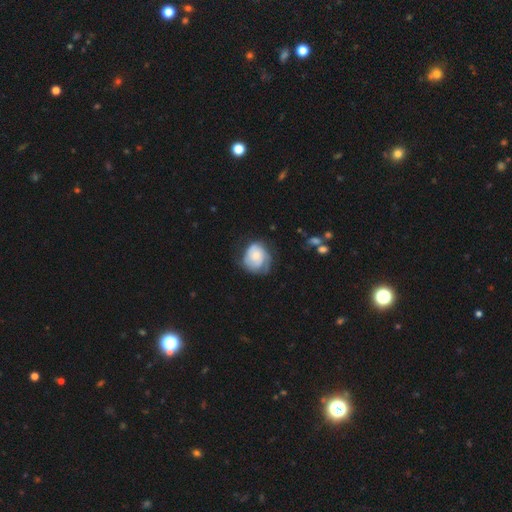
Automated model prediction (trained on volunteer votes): featured or disk 50%, smooth 43%, star or artifact 7%. Down the decision tree: edge-on disk — no (98%); merging — none (49%).